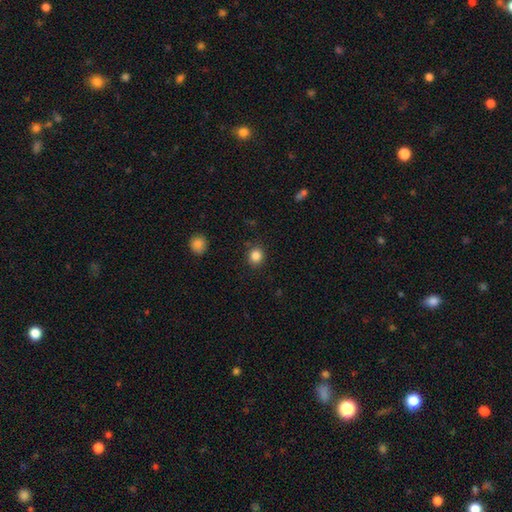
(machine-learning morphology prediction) This is clearly a smooth galaxy (85%). How rounded: clearly round (81%). Merging: clearly none (88%).